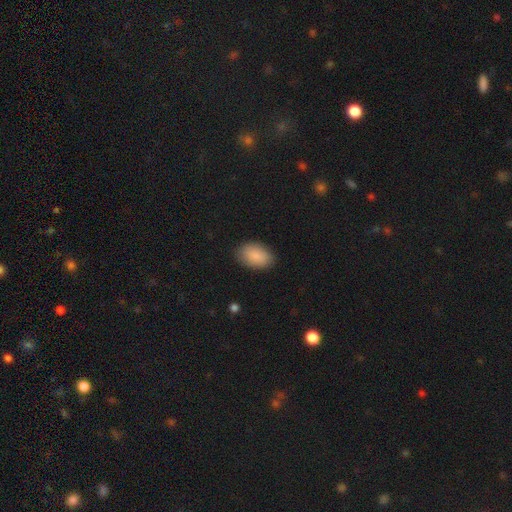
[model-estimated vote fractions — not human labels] Smooth or featured?
  - smooth: 89% *
  - star or artifact: 6%
  - featured or disk: 5%
How rounded?
  - in between: 91% *
  - round: 8%
  - cigar-shaped: 1%
Merging?
  - none: 86% *
  - minor disturbance: 11%
  - major disturbance: 2%
  - merger: 1%